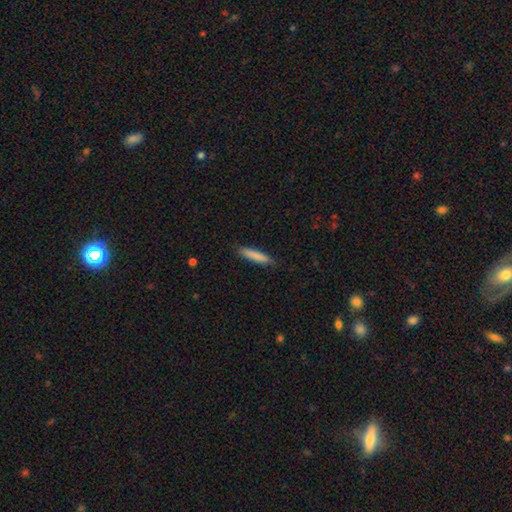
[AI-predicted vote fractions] Smooth or featured? Predicted: smooth (p=0.83). How rounded? Predicted: cigar-shaped (p=0.87). Merging? Predicted: none (p=0.86).